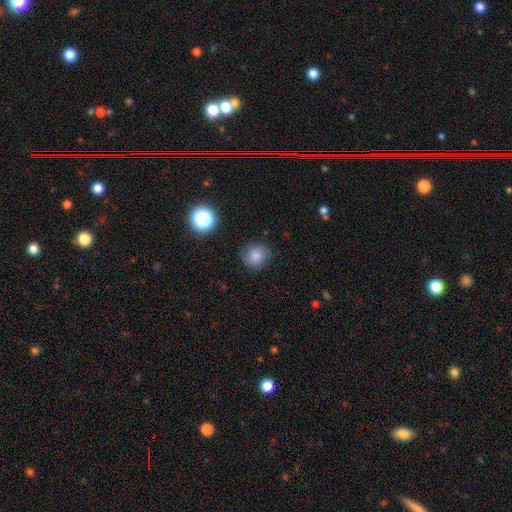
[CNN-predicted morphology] smooth_or_featured: smooth (p=0.80) [alt: star or artifact p=0.12]
how_rounded: round (p=0.82) [alt: in between p=0.17]
merging: none (p=0.81) [alt: minor disturbance p=0.13]